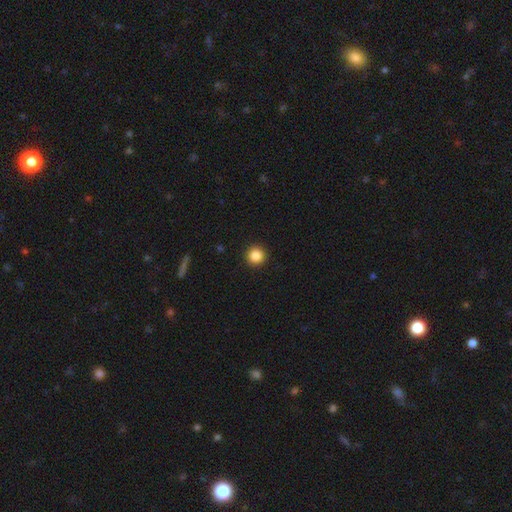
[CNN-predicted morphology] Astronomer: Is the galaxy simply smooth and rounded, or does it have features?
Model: smooth — 86%.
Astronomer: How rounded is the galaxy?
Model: round — 95%.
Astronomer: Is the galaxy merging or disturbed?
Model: none — 93%.